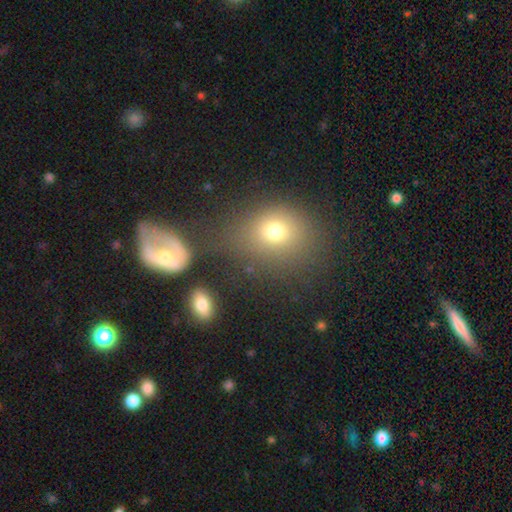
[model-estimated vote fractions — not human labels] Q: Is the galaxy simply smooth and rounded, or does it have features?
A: smooth — 54%.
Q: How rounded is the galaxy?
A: round — 63%.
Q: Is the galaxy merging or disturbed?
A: none — 70%.